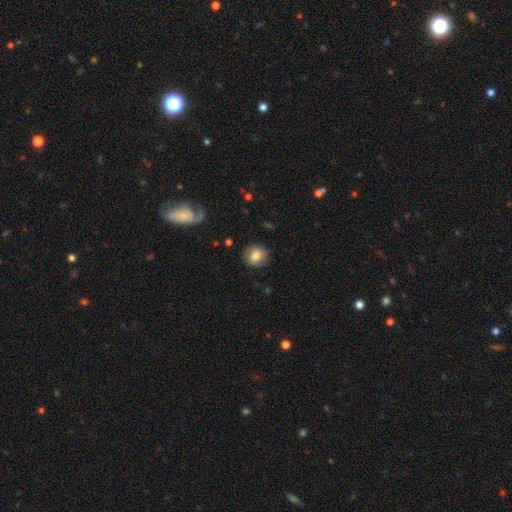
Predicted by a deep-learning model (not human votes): Smooth or featured? smooth (77%)
How rounded? round (83%)
Merging? none (85%)